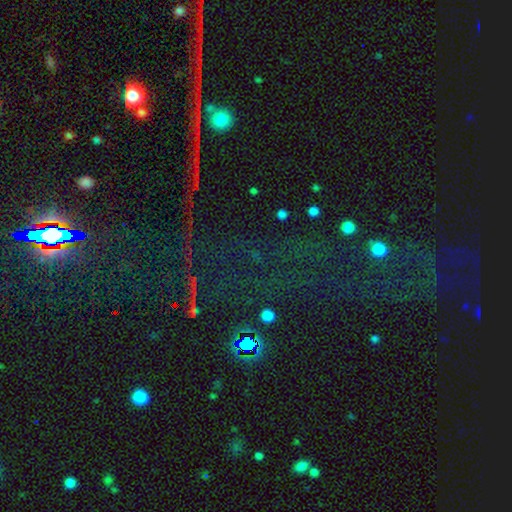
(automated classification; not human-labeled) This appears to be a star or artifact, not a galaxy (79%).